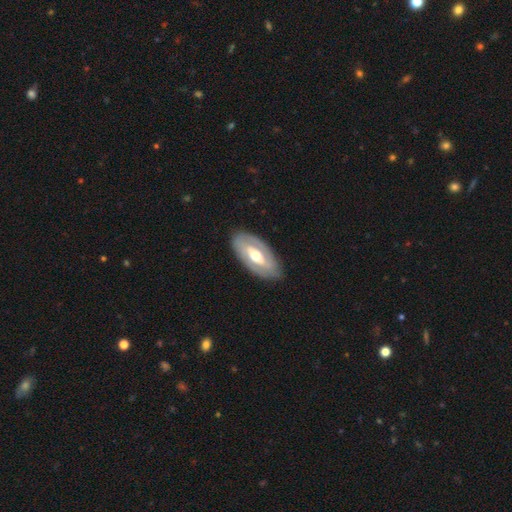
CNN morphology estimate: A featured or disk galaxy (68%) with no bar (34%), no spiral arms (52%) and a moderate central bulge (73%).

Vote fractions:
- Smooth or featured? featured or disk: 68% / smooth: 27% / star or artifact: 4%
- Edge-on disk? no: 88% / yes: 12%
- Bar? no: 34% / weak: 33% / strong: 33%
- Spiral arms? no: 52% / yes: 48%
- Bulge size? moderate: 73% / large: 13% / small: 11% / dominant: 1% / none: 1%
- Merging? none: 84% / minor disturbance: 11% / major disturbance: 3% / merger: 1%